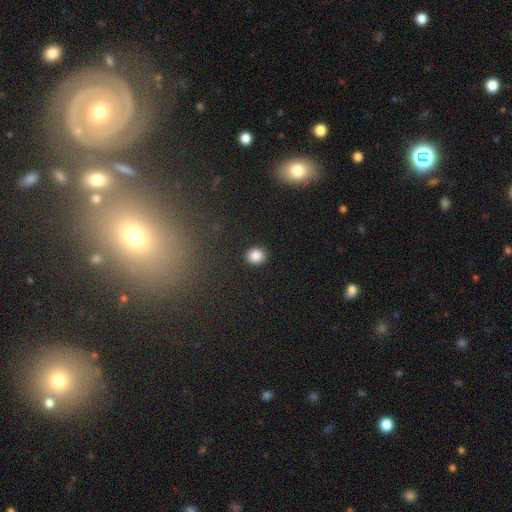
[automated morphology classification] smooth 86%, star or artifact 10%, featured or disk 4%. Down the decision tree: how rounded — round (80%); merging — none (91%).